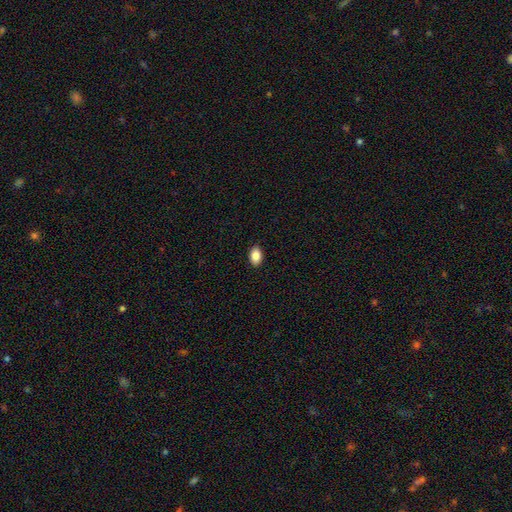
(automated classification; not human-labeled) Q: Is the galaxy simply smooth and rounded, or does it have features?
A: smooth — 87%.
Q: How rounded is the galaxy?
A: in between — 88%.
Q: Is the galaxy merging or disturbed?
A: none — 90%.